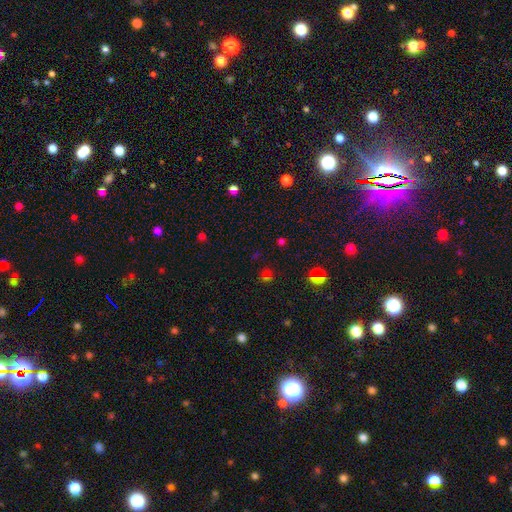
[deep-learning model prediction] A star or artifact, not a galaxy (55%).

Vote fractions:
- Smooth or featured? star or artifact: 55% / smooth: 38% / featured or disk: 8%